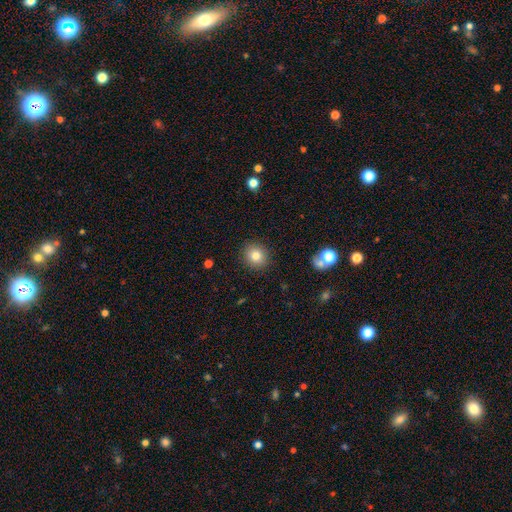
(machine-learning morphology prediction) A smooth galaxy with no disk features (80%) that is round (85%). Merging: none (90%).